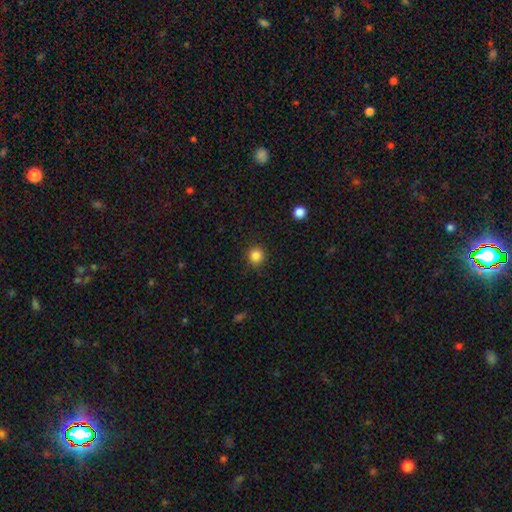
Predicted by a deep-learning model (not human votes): This appears to be a smooth galaxy with no disk features (85%) that is round (92%). Merging: none (90%).